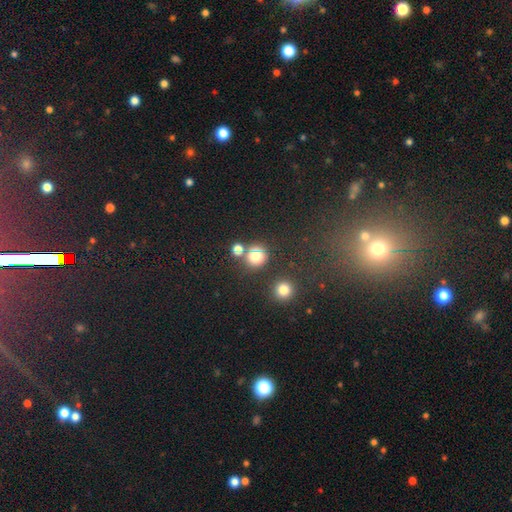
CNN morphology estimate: type=smooth (70%); roundness=round (87%); merging=none (70%).